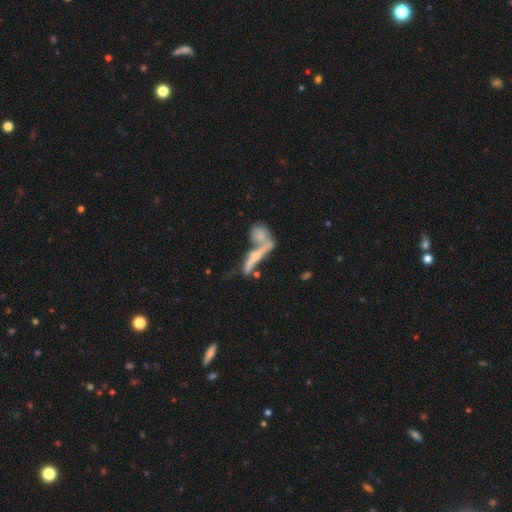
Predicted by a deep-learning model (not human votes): smooth-or-featured: featured or disk: 61% | smooth: 28% | star or artifact: 11%
  disk-edge-on: yes: 70% | no: 30%
  merging: merger: 48% | none: 31% | minor disturbance: 11% | major disturbance: 10%